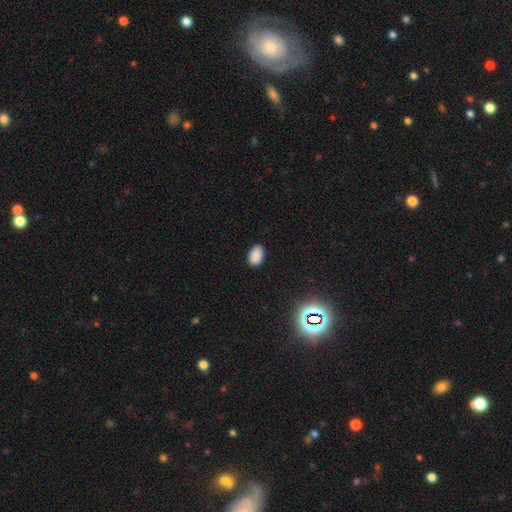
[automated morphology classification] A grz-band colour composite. It shows a smooth galaxy with no disk features (87%) that is in between round and cigar-shaped (89%). Merging: none (86%).